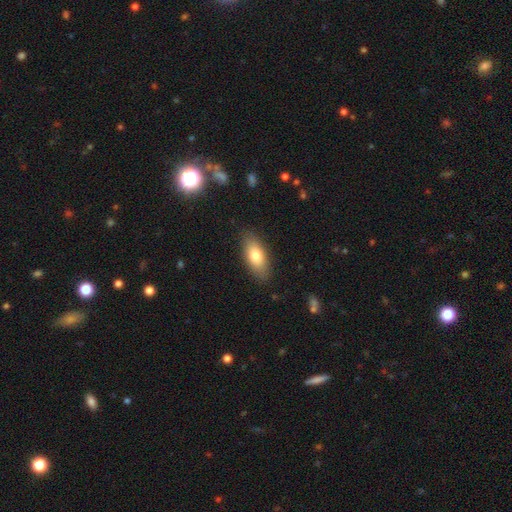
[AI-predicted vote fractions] Smooth or featured: smooth — 77% (featured or disk — 17%)
How rounded: in between — 82% (cigar-shaped — 15%)
Merging: none — 86% (minor disturbance — 10%)